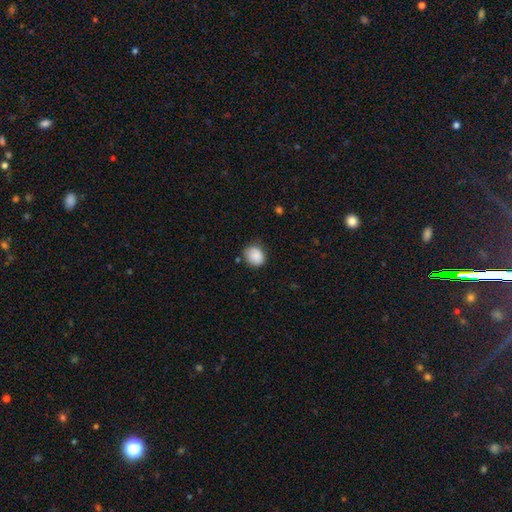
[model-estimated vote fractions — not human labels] This appears to be a smooth galaxy with no disk features (87%) that is round (65%). Merging: none (68%).